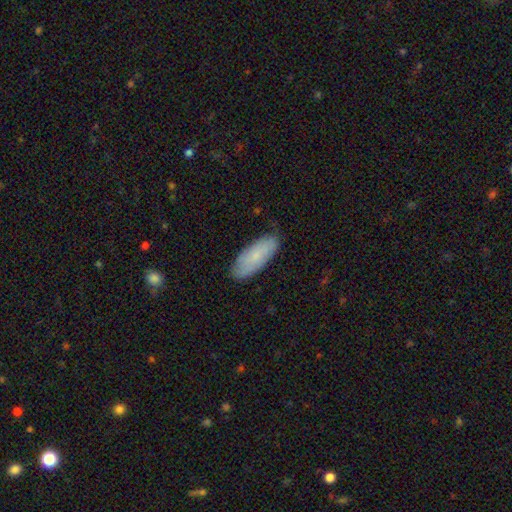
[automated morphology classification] This is likely a smooth galaxy (74%). How rounded: likely in between (75%). Merging: clearly none (81%).